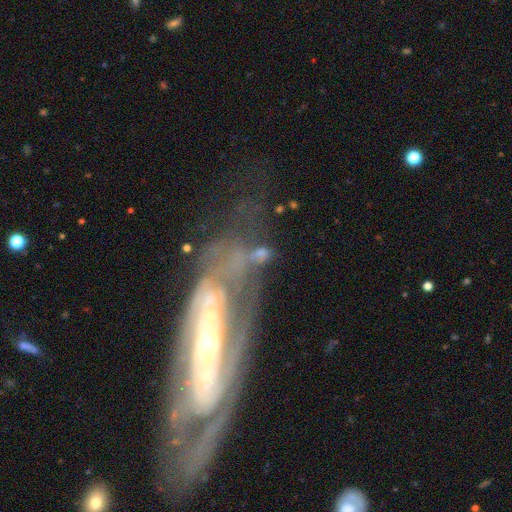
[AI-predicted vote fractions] Smooth or featured: featured or disk — 65% (smooth — 21%)
Edge-on disk: no — 86% (yes — 14%)
Bar: no — 61% (weak — 22%)
Spiral arms: yes — 53% (no — 47%)
Bulge size: moderate — 43% (small — 34%)
Merging: major disturbance — 33% (none — 31%)